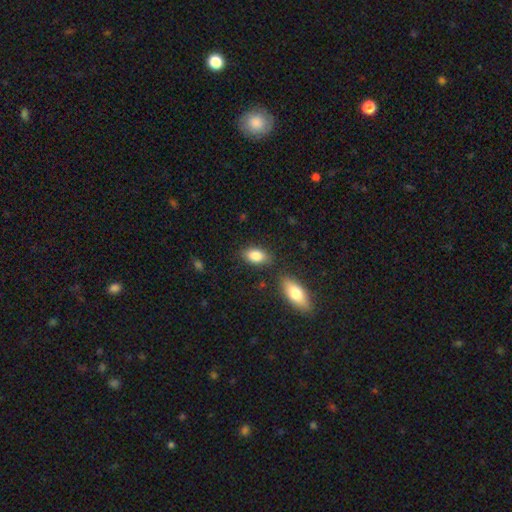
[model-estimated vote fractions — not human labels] smooth_or_featured: smooth (p=0.84) [alt: featured or disk p=0.09]
how_rounded: in between (p=0.90) [alt: round p=0.07]
merging: none (p=0.78) [alt: minor disturbance p=0.12]